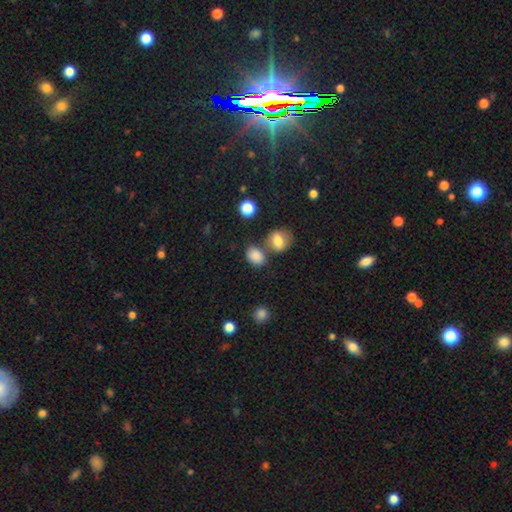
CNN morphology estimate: This is clearly a smooth galaxy (84%). How rounded: likely in between (70%). Merging: likely none (61%).